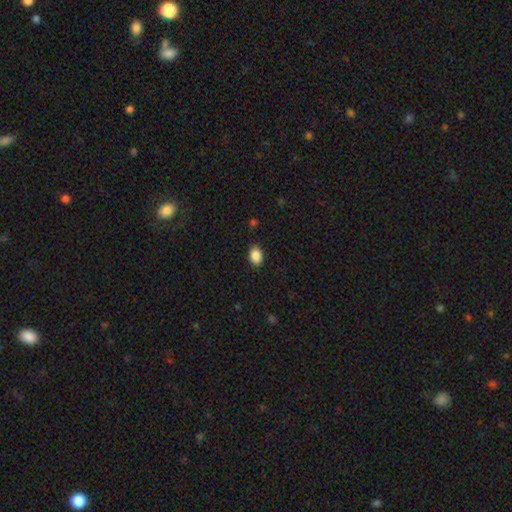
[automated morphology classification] Smooth or featured?
  - smooth: 87% *
  - star or artifact: 8%
  - featured or disk: 5%
How rounded?
  - in between: 80% *
  - round: 19%
  - cigar-shaped: 1%
Merging?
  - none: 88% *
  - minor disturbance: 9%
  - major disturbance: 2%
  - merger: 1%